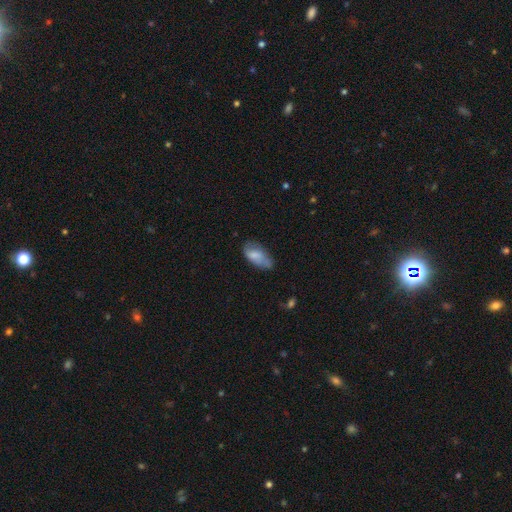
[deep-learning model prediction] Overall: smooth (70%). How rounded: in between (90%). Merging: none (46%; minor disturbance 36%).